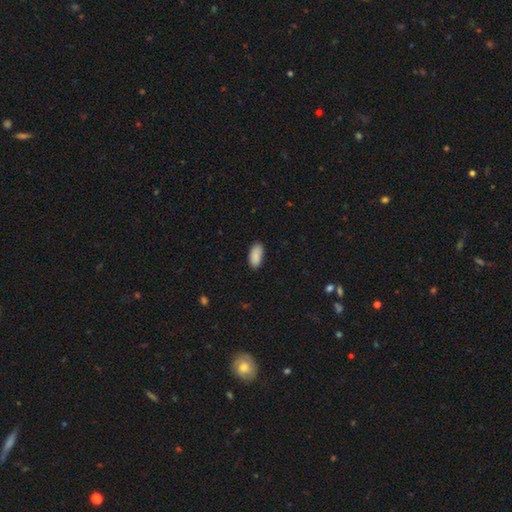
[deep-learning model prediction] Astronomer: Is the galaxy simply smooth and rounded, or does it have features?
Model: smooth — 89%.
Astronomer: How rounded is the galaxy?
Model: in between — 93%.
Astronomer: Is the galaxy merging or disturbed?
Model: none — 85%.